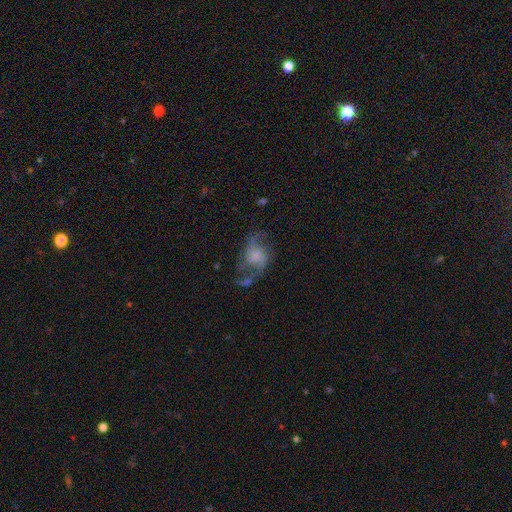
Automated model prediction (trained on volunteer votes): Morphology: type=featured or disk (72%); edge-on=no (97%); bar=no (65%); spiral arms=yes (88%); winding=loose (59%); arm count=2 (82%); bulge=none (34%); merging=none (49%).